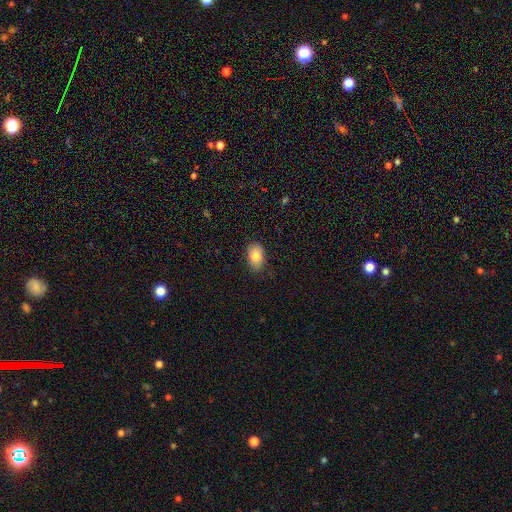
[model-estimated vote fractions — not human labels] smooth_or_featured: smooth (p=0.85) [alt: star or artifact p=0.07]
how_rounded: in between (p=0.90) [alt: round p=0.09]
merging: none (p=0.82) [alt: minor disturbance p=0.14]